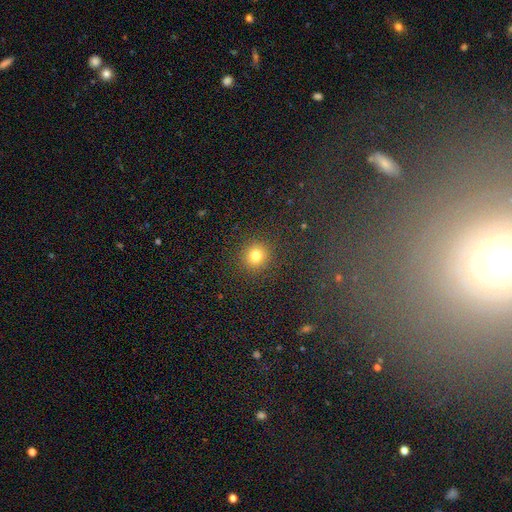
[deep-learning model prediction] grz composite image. It shows a smooth galaxy with no disk features (79%) that is round (91%). Merging: none (90%).